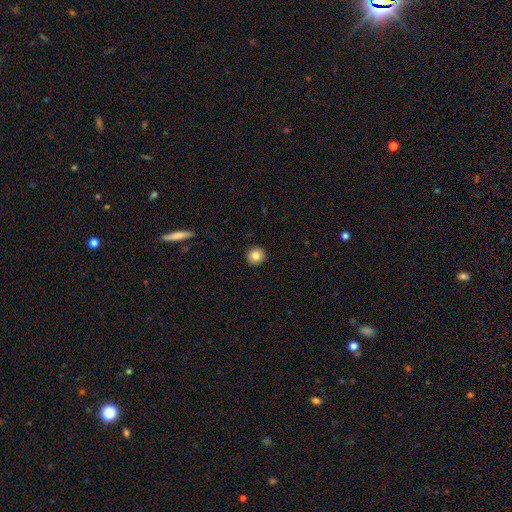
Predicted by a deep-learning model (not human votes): Morphology: type=smooth (83%); roundness=round (95%); merging=none (93%).